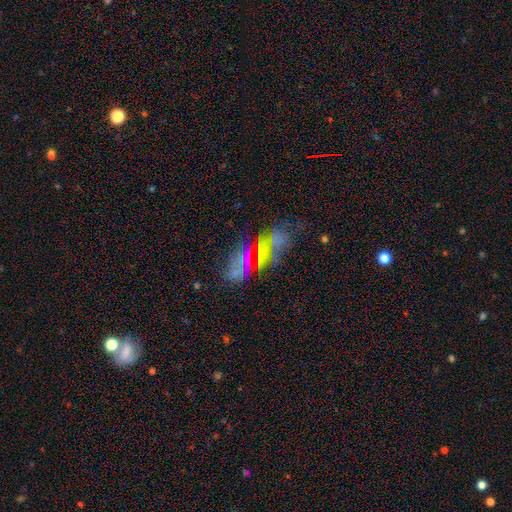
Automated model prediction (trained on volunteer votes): Smooth or featured?
  - smooth: 36% *
  - star or artifact: 35%
  - featured or disk: 30%
Merging?
  - none: 59% *
  - minor disturbance: 21%
  - major disturbance: 11%
  - merger: 9%